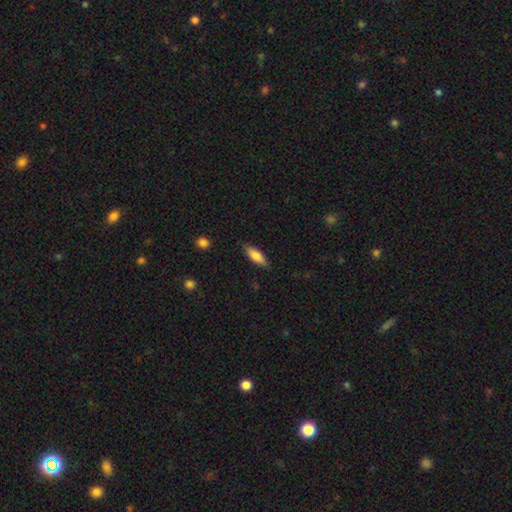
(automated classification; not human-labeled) Morphology: type=smooth (80%); roundness=in between (60%); merging=none (84%).